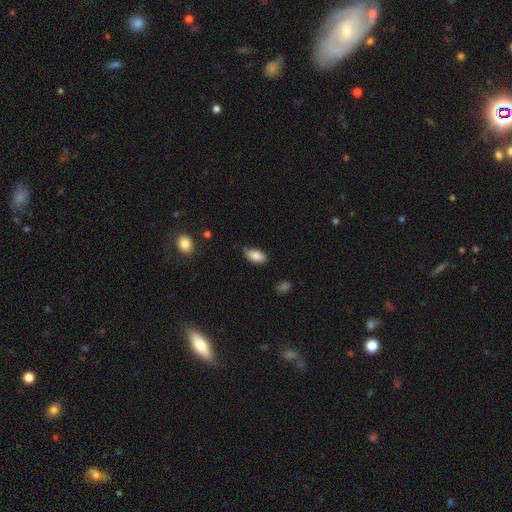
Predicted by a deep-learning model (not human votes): smooth-or-featured: smooth: 86% | star or artifact: 7% | featured or disk: 7%
  how-rounded: in between: 94% | round: 3% | cigar-shaped: 3%
  merging: none: 68% | minor disturbance: 25% | major disturbance: 4% | merger: 2%